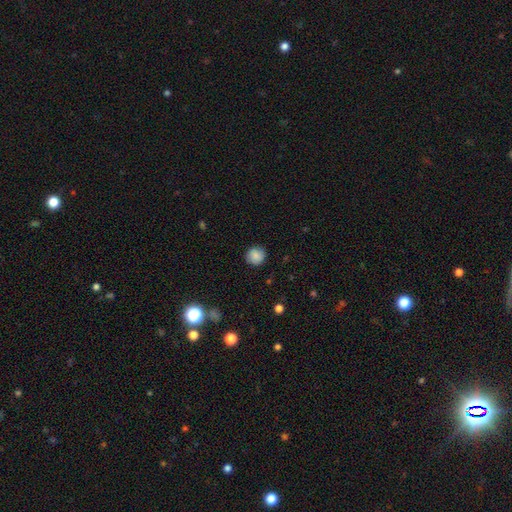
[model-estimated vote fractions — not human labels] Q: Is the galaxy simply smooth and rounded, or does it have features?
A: smooth — 86%.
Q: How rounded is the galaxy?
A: round — 92%.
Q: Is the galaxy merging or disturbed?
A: none — 88%.